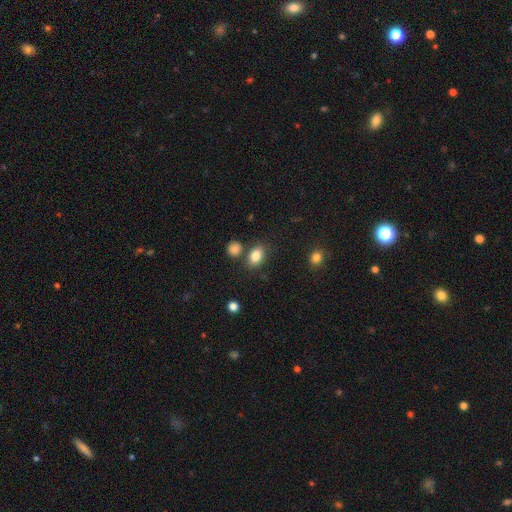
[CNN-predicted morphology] A smooth galaxy with no disk features (83%) that is in between round and cigar-shaped (79%).

Vote fractions:
- Smooth or featured? smooth: 83% / star or artifact: 9% / featured or disk: 7%
- How rounded? in between: 79% / round: 19% / cigar-shaped: 2%
- Merging? none: 73% / minor disturbance: 12% / merger: 11% / major disturbance: 3%